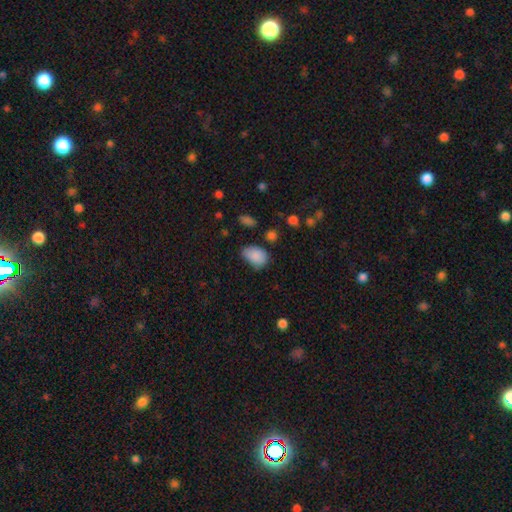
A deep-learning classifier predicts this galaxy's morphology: Smooth or featured? smooth (85%)
How rounded? in between (81%)
Merging? none (50%)